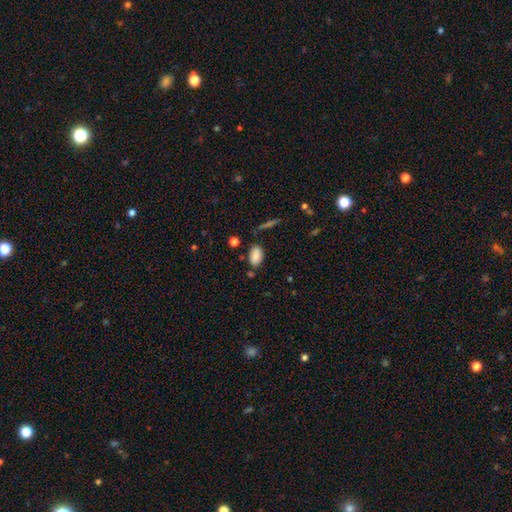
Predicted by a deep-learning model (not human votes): Smooth or featured? Predicted: smooth (p=0.87). How rounded? Predicted: in between (p=0.92). Merging? Predicted: none (p=0.75).